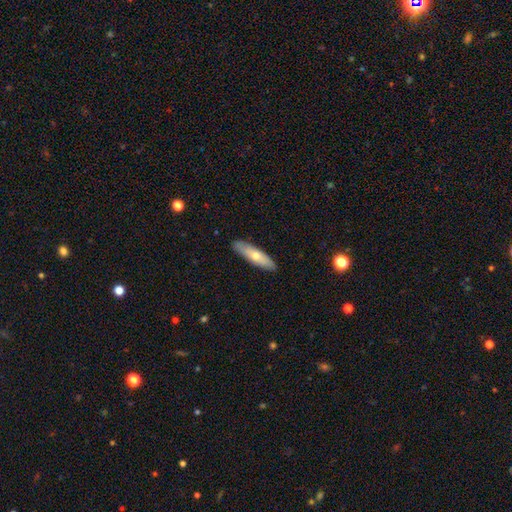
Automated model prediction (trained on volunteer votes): Overall: smooth (58%; featured or disk 36%). How rounded: cigar-shaped (69%). Merging: none (89%).